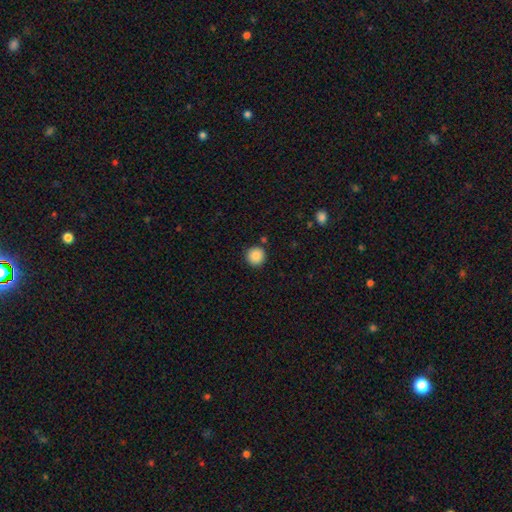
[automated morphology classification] Q: Smooth or featured?
A: smooth (88%); runner-up: star or artifact (9%)
Q: How rounded?
A: round (95%); runner-up: in between (4%)
Q: Merging?
A: none (89%); runner-up: minor disturbance (7%)